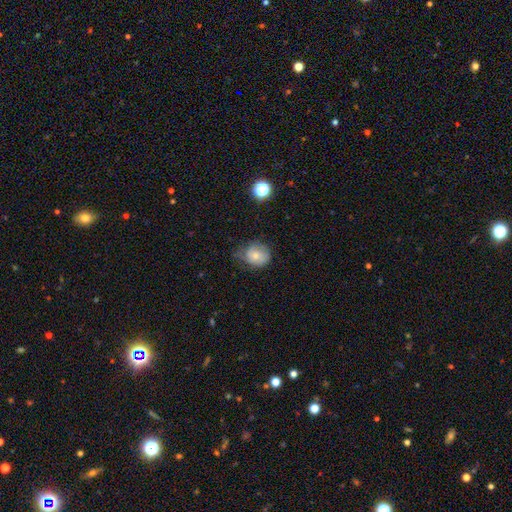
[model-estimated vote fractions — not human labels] This appears to be a smooth galaxy with no disk features (63%) that is round (64%). Merging: none (46%).